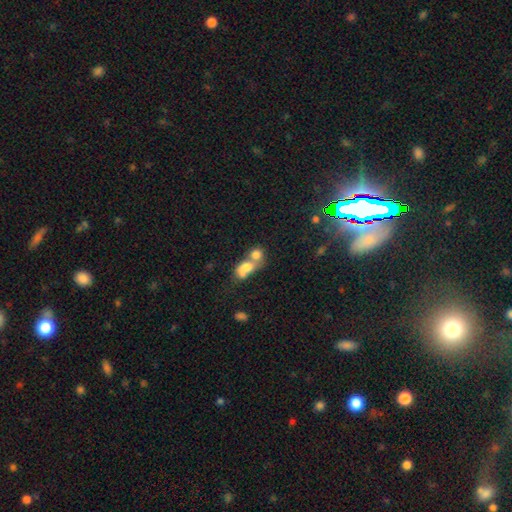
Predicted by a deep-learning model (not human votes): Smooth or featured?
  - smooth: 70% *
  - featured or disk: 19%
  - star or artifact: 12%
How rounded?
  - round: 51% *
  - in between: 47%
  - cigar-shaped: 2%
Merging?
  - merger: 72% *
  - none: 17%
  - minor disturbance: 6%
  - major disturbance: 5%